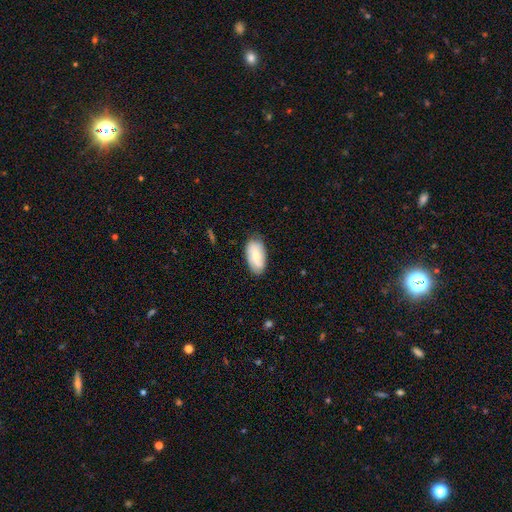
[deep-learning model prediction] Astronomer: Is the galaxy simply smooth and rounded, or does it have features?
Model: smooth — 67%.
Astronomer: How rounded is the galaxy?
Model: in between — 94%.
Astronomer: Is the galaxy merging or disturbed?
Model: none — 78%.